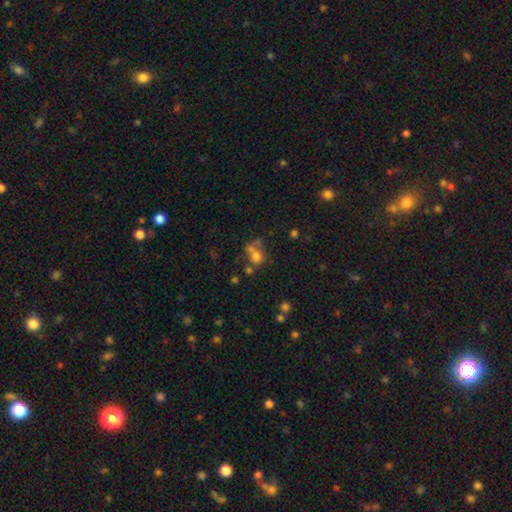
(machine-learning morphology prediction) Smooth or featured: smooth — 65% (star or artifact — 18%)
How rounded: round — 76% (in between — 23%)
Merging: none — 41% (merger — 40%)